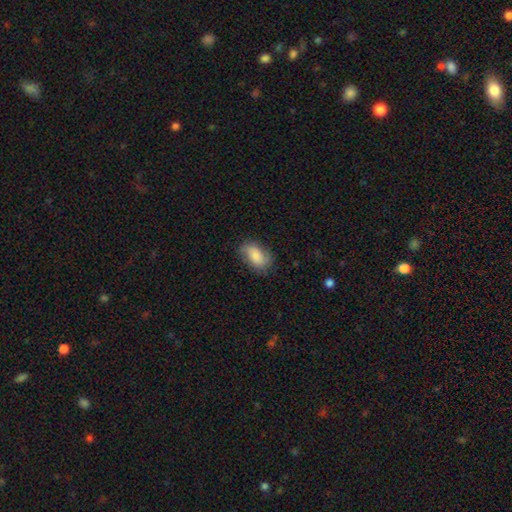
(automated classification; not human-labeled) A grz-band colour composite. It shows a smooth galaxy with no disk features (70%) that is in between round and cigar-shaped (89%). Merging: none (72%).